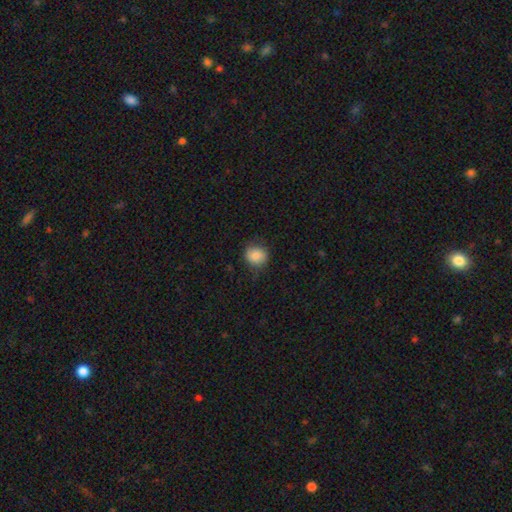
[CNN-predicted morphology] smooth-or-featured: smooth: 83% | featured or disk: 9% | star or artifact: 8%
  how-rounded: round: 80% | in between: 19% | cigar-shaped: 1%
  merging: none: 75% | minor disturbance: 19% | major disturbance: 5% | merger: 1%